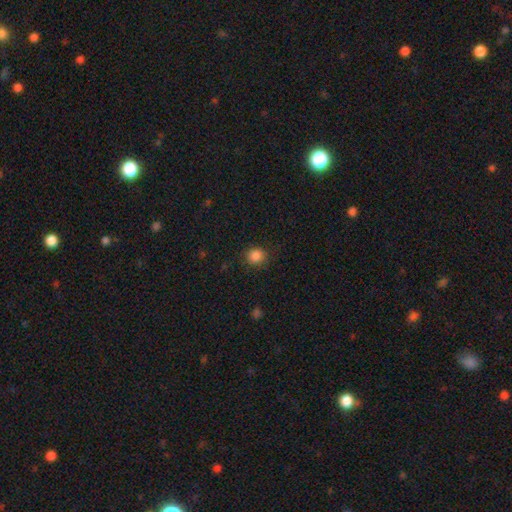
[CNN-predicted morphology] Smooth or featured: smooth — 86% (star or artifact — 11%)
How rounded: round — 88% (in between — 11%)
Merging: none — 87% (minor disturbance — 9%)